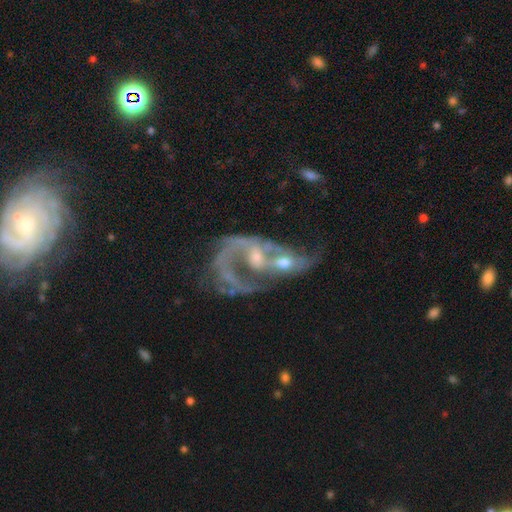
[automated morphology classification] Q: Smooth or featured?
A: featured or disk (78%); runner-up: smooth (13%)
Q: Edge-on disk?
A: no (97%); runner-up: yes (3%)
Q: Bar?
A: no (67%); runner-up: weak (26%)
Q: Spiral arms?
A: yes (66%); runner-up: no (34%)
Q: Bulge size?
A: small (41%); runner-up: moderate (39%)
Q: Merging?
A: merger (64%); runner-up: major disturbance (19%)